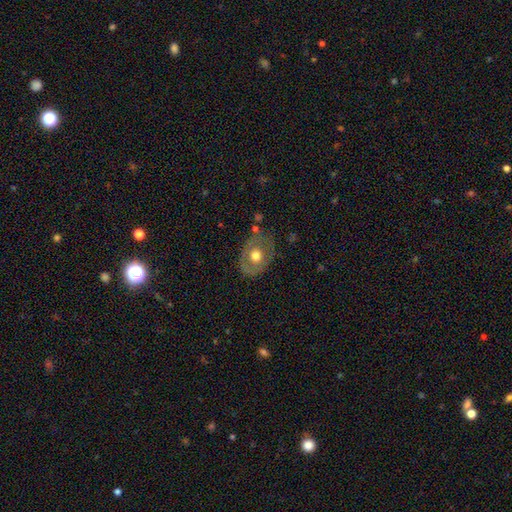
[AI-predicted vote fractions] smooth_or_featured: smooth (p=0.50) [alt: featured or disk p=0.43]
merging: none (p=0.65) [alt: minor disturbance p=0.22]